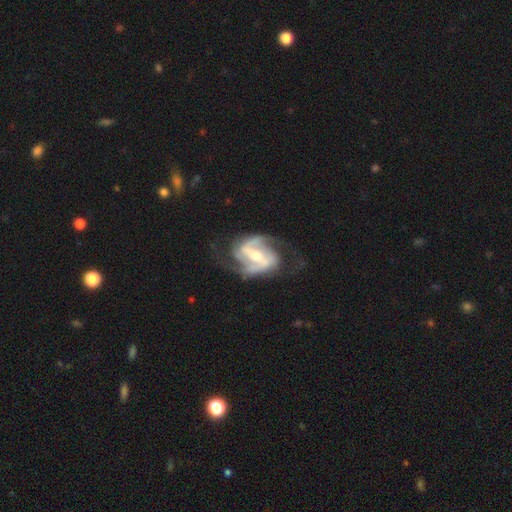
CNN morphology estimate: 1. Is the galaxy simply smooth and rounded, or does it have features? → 90% featured or disk, 6% smooth, 4% star or artifact.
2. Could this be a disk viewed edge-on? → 97% no, 3% yes.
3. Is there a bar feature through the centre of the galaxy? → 52% strong, 35% weak, 13% no.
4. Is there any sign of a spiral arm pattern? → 96% yes, 4% no.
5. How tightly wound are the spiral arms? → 50% medium, 26% loose, 23% tight.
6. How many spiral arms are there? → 78% 2, 10% 3, 6% can't tell, 2% 1, 2% 4, 2% more than 4.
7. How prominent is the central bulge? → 60% moderate, 33% small, 5% large, 1% none, 1% dominant.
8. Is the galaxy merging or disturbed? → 65% none, 19% minor disturbance, 15% major disturbance, 2% merger.